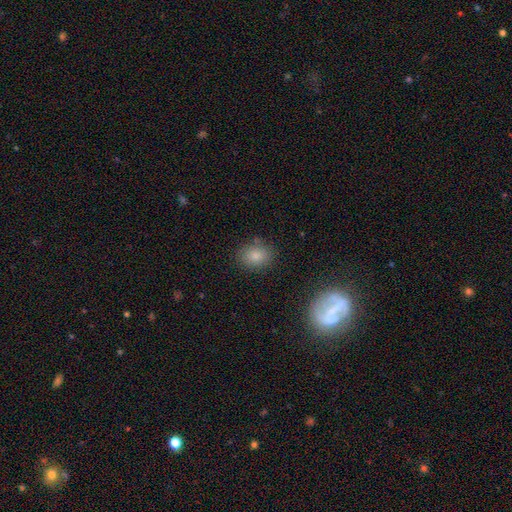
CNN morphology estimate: The model was most divided on "how rounded": in between: 53%, round: 46%, cigar-shaped: 1%. More confident: smooth or featured — smooth (82%); merging — none (81%).